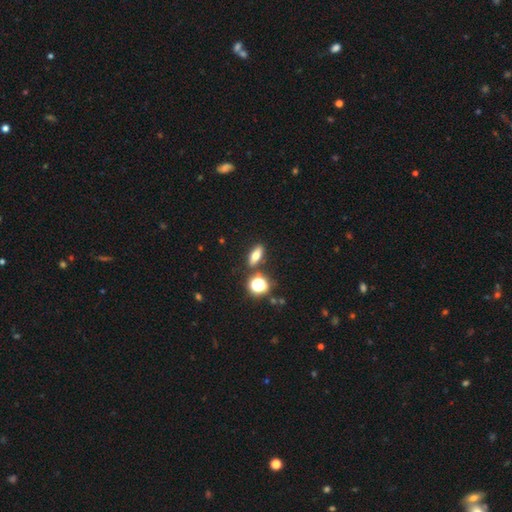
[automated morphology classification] smooth_or_featured: smooth (p=0.63) [alt: featured or disk p=0.22]
how_rounded: in between (p=0.58) [alt: cigar-shaped p=0.26]
merging: none (p=0.83) [alt: minor disturbance p=0.08]